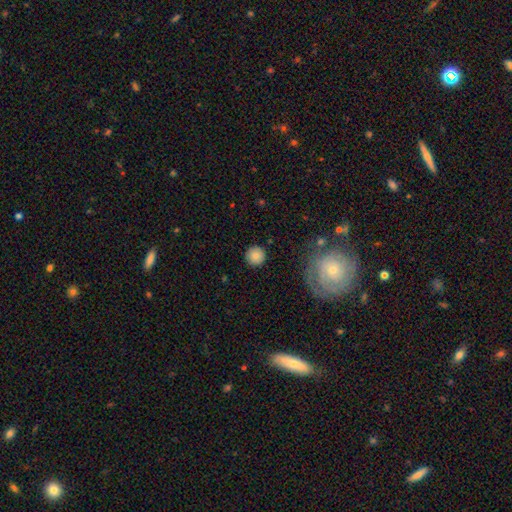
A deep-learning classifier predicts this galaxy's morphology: Smooth or featured?
  - smooth: 84% *
  - star or artifact: 9%
  - featured or disk: 7%
How rounded?
  - round: 95% *
  - in between: 4%
  - cigar-shaped: 1%
Merging?
  - none: 90% *
  - minor disturbance: 6%
  - major disturbance: 2%
  - merger: 2%